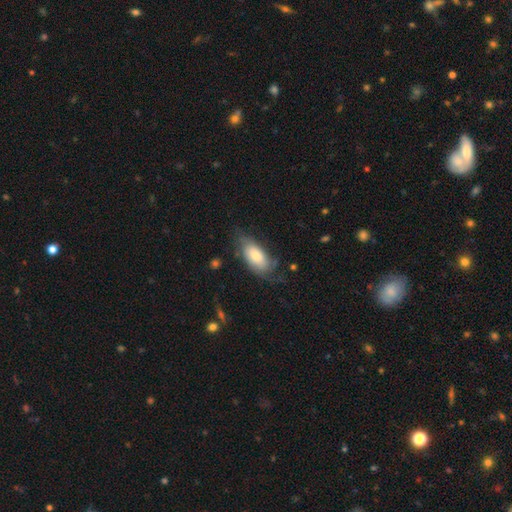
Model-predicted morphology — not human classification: A smooth galaxy with no disk features (61%) that is in between round and cigar-shaped (90%).

Vote fractions:
- Smooth or featured? smooth: 61% / featured or disk: 32% / star or artifact: 6%
- How rounded? in between: 90% / cigar-shaped: 6% / round: 4%
- Merging? none: 53% / minor disturbance: 28% / major disturbance: 17% / merger: 2%